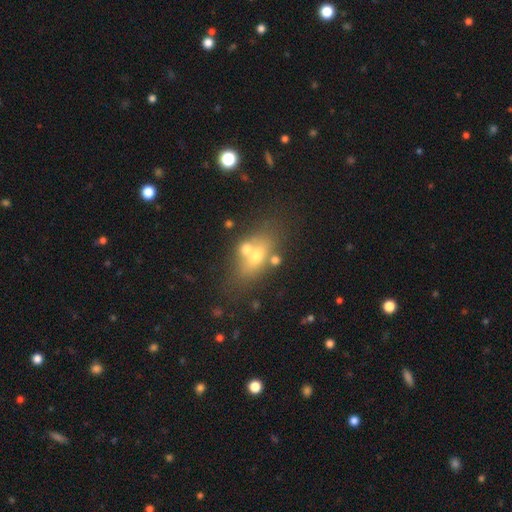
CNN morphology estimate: This appears to be a smooth galaxy with no disk features (54%) that is in between round and cigar-shaped (74%). Merging: none (48%).